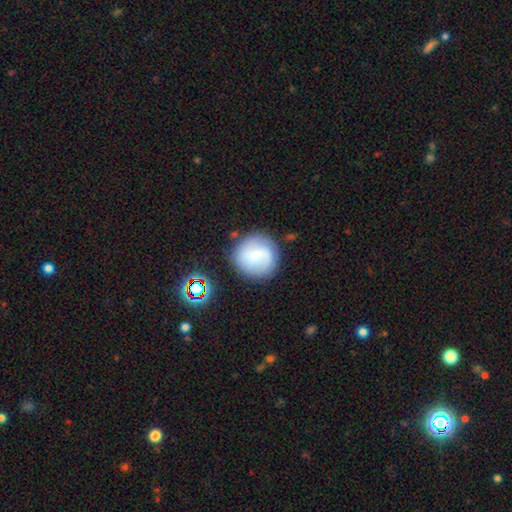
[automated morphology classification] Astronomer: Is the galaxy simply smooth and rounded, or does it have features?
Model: smooth — 59%.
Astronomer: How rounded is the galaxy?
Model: round — 91%.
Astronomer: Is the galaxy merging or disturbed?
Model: none — 75%.